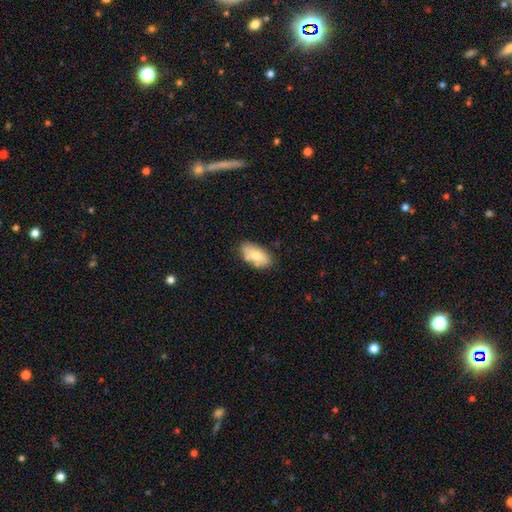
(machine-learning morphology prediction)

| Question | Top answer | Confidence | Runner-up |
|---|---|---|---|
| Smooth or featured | smooth | 75% | featured or disk (19%) |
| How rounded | in between | 91% | cigar-shaped (6%) |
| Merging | none | 73% | minor disturbance (17%) |